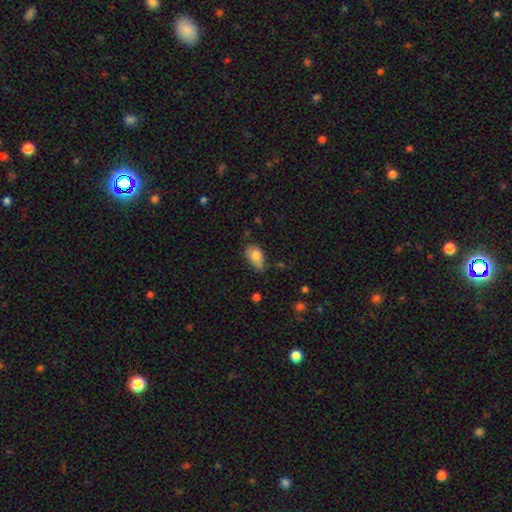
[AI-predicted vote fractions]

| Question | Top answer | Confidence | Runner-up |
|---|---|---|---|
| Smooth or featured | smooth | 81% | featured or disk (11%) |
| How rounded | in between | 87% | round (10%) |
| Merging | minor disturbance | 44% | none (40%) |